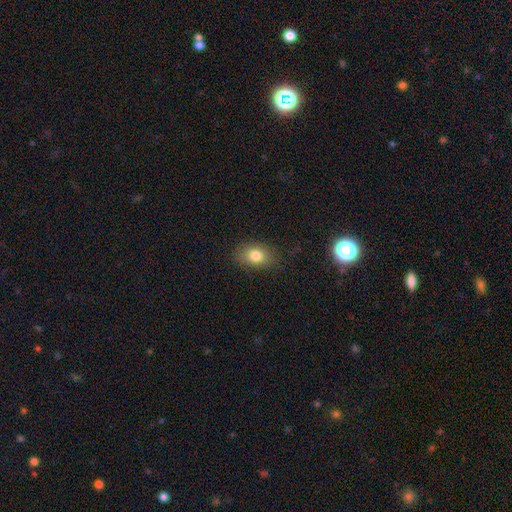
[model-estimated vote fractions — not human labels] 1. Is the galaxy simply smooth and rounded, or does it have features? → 80% smooth, 10% featured or disk, 10% star or artifact.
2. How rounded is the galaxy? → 77% in between, 22% round, 2% cigar-shaped.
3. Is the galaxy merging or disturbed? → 80% none, 15% minor disturbance, 4% major disturbance, 1% merger.